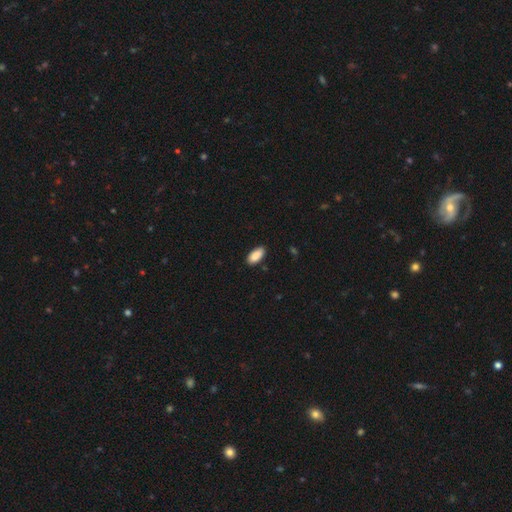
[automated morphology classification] Smooth or featured? Predicted: smooth (p=0.90). How rounded? Predicted: in between (p=0.91). Merging? Predicted: none (p=0.87).